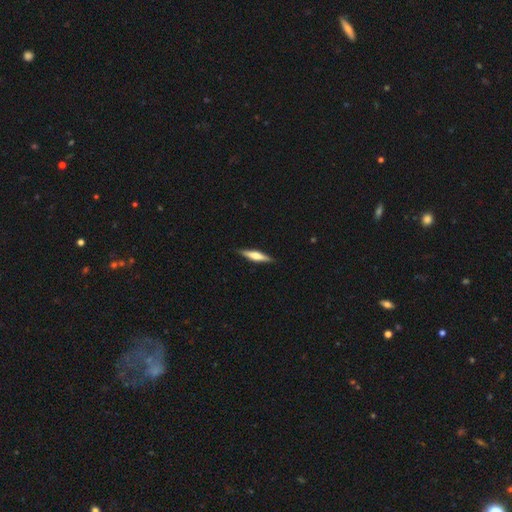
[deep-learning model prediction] A featured or disk galaxy (53%) viewed edge-on (96%) with a rounded central bulge (82%). Merging: none (89%).